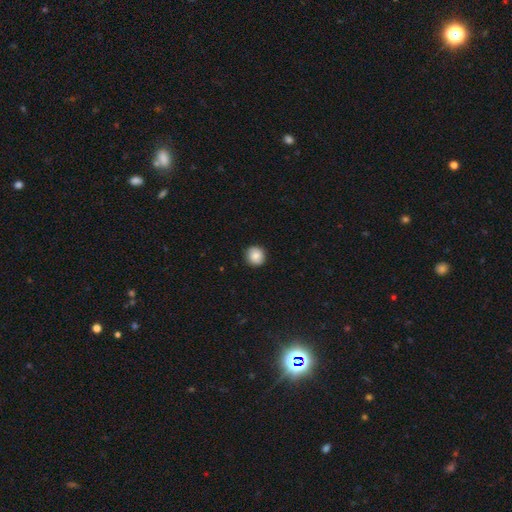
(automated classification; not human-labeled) Smooth or featured: smooth — 86% (star or artifact — 8%)
How rounded: round — 92% (in between — 7%)
Merging: none — 90% (minor disturbance — 7%)